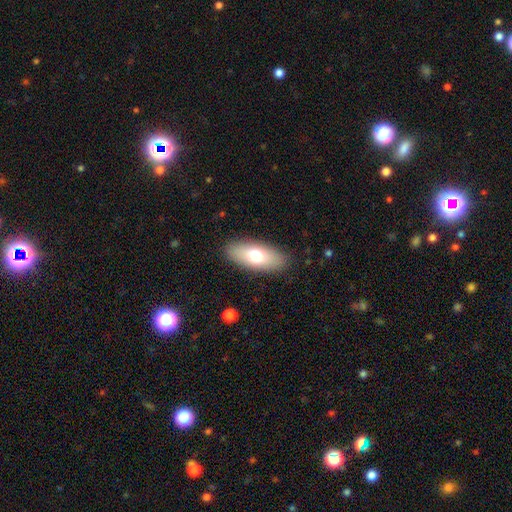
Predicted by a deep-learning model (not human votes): The model was most divided on "smooth or featured": smooth: 72%, featured or disk: 22%, star or artifact: 7%. More confident: merging — none (88%); how rounded — in between (81%).